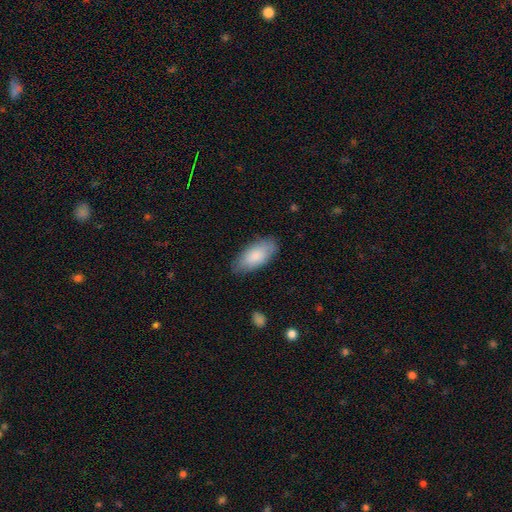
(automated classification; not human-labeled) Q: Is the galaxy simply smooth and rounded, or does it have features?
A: smooth — 84%.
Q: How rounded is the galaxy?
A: in between — 91%.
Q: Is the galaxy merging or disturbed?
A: none — 82%.